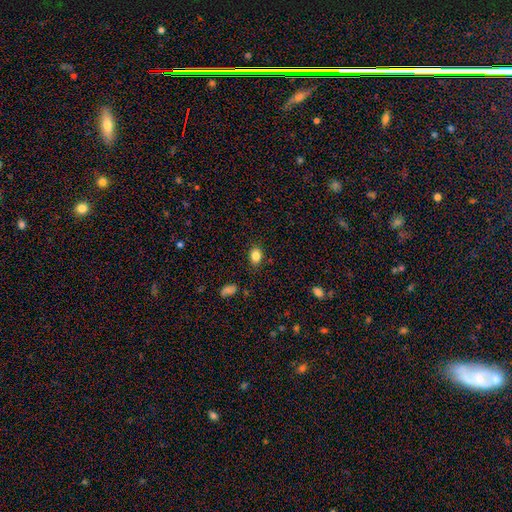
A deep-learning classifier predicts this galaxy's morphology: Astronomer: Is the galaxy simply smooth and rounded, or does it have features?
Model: smooth — 84%.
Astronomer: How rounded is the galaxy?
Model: in between — 68%.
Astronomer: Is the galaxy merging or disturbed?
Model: none — 85%.